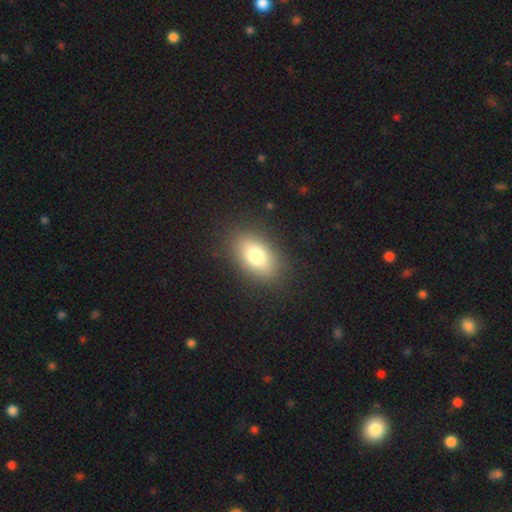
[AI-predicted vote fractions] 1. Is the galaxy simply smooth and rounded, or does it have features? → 77% smooth, 13% featured or disk, 10% star or artifact.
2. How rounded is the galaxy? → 86% in between, 11% round, 3% cigar-shaped.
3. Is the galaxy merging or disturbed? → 86% none, 9% minor disturbance, 4% major disturbance, 1% merger.